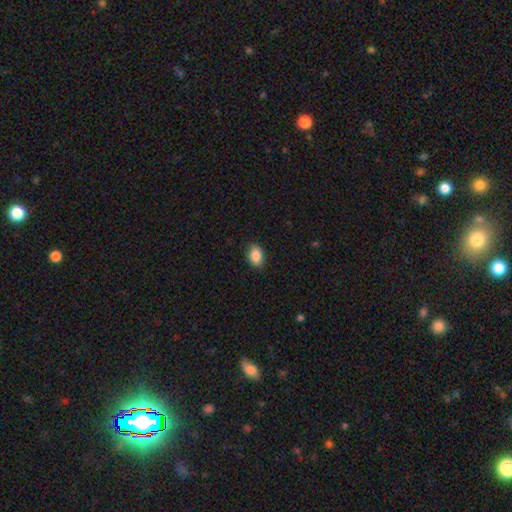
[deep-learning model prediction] smooth 88%, star or artifact 7%, featured or disk 4%. Down the decision tree: how rounded — in between (84%); merging — none (88%).